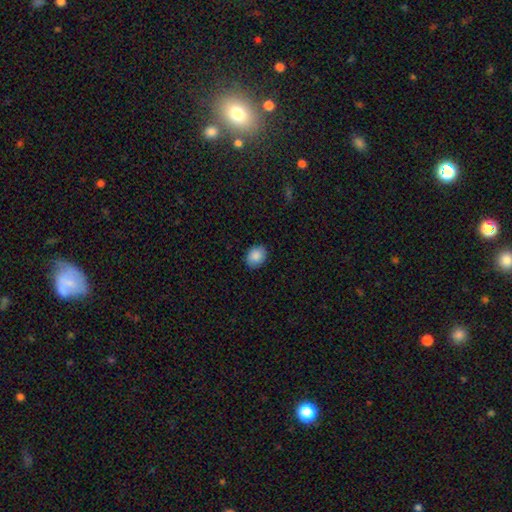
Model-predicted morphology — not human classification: The model was most divided on "how rounded": in between: 54%, round: 45%, cigar-shaped: 1%. More confident: smooth or featured — smooth (87%); merging — none (86%).